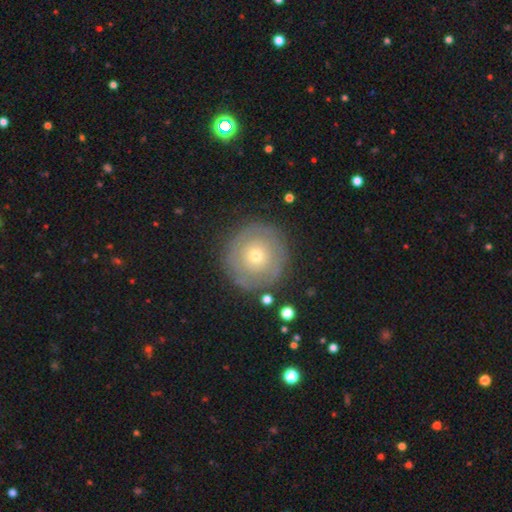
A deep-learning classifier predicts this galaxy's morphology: smooth-or-featured: featured or disk: 51% | smooth: 41% | star or artifact: 9%
  disk-edge-on: no: 96% | yes: 4%
  merging: none: 85% | minor disturbance: 10% | major disturbance: 4% | merger: 2%